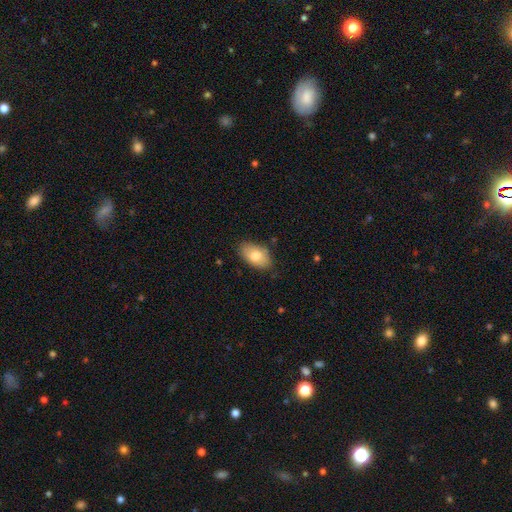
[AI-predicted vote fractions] smooth-or-featured: smooth: 79% | featured or disk: 14% | star or artifact: 7%
  how-rounded: in between: 93% | round: 6% | cigar-shaped: 2%
  merging: none: 79% | minor disturbance: 16% | major disturbance: 3% | merger: 1%